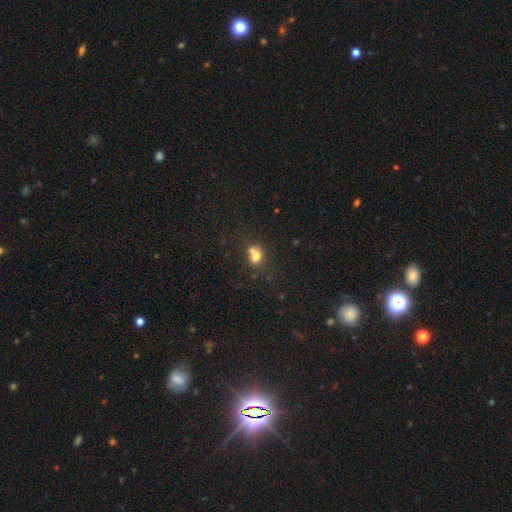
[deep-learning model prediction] Smooth or featured? smooth (71%)
How rounded? round (53%)
Merging? merger (48%)